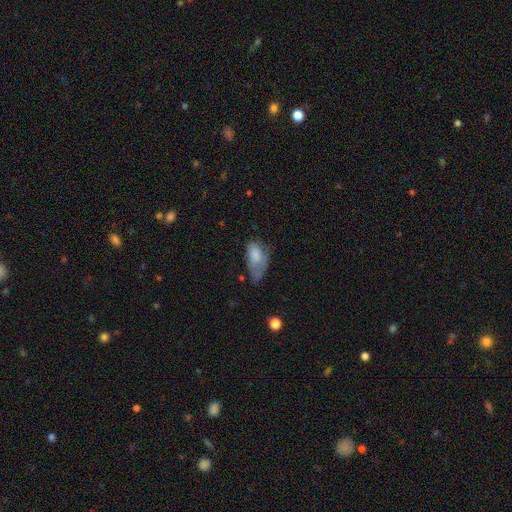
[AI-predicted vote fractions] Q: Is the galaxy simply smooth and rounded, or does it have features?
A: smooth — 72%.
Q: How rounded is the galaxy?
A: in between — 92%.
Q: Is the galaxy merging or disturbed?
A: minor disturbance — 37%.